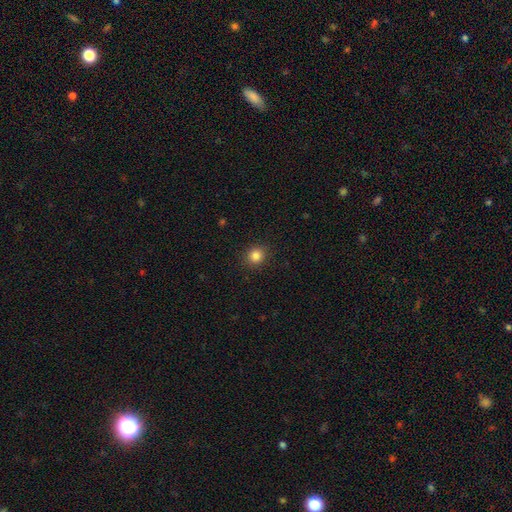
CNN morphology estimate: A smooth galaxy with no disk features (84%) that is round (85%).

Vote fractions:
- Smooth or featured? smooth: 84% / star or artifact: 11% / featured or disk: 4%
- How rounded? round: 85% / in between: 14% / cigar-shaped: 1%
- Merging? none: 90% / minor disturbance: 6% / major disturbance: 2% / merger: 1%